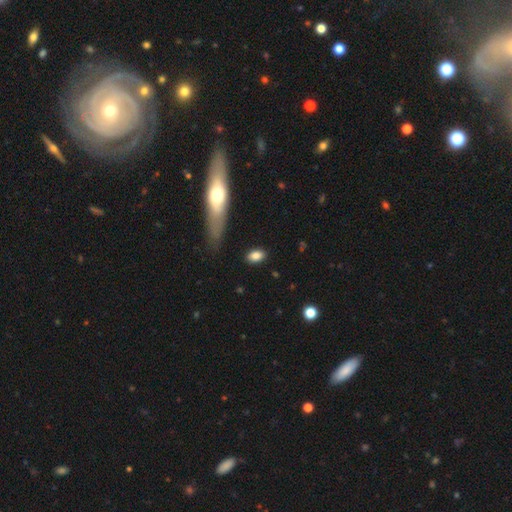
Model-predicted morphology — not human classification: A smooth galaxy with no disk features (84%) that is in between round and cigar-shaped (87%).

Vote fractions:
- Smooth or featured? smooth: 84% / featured or disk: 8% / star or artifact: 8%
- How rounded? in between: 87% / round: 9% / cigar-shaped: 4%
- Merging? none: 85% / minor disturbance: 10% / major disturbance: 3% / merger: 2%